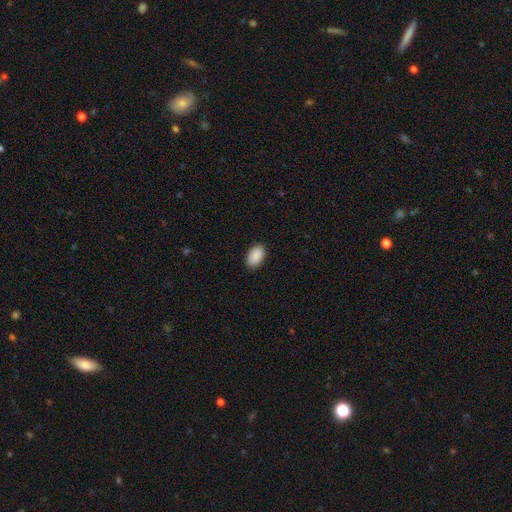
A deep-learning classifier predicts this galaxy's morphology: The model was most divided on "merging": none: 89%, minor disturbance: 8%, major disturbance: 2%, merger: 1%. More confident: how rounded — in between (93%); smooth or featured — smooth (91%).